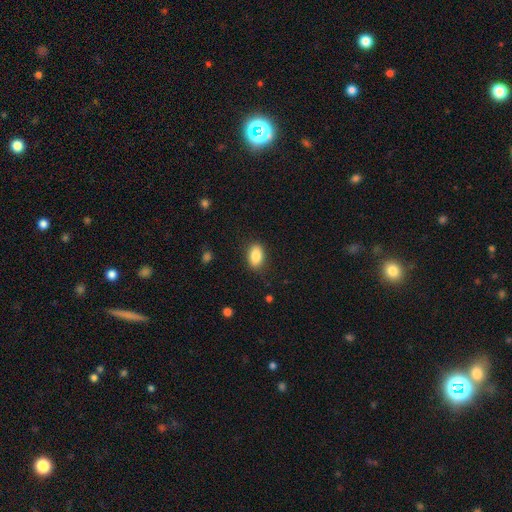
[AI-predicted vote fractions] Morphology: type=smooth (87%); roundness=in between (91%); merging=none (87%).